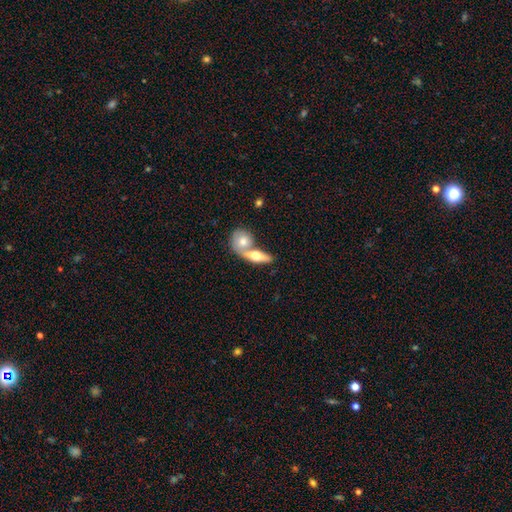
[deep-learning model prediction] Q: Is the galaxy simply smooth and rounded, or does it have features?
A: smooth — 57%.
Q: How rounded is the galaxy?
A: in between — 60%.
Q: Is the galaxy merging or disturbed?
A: merger — 59%.